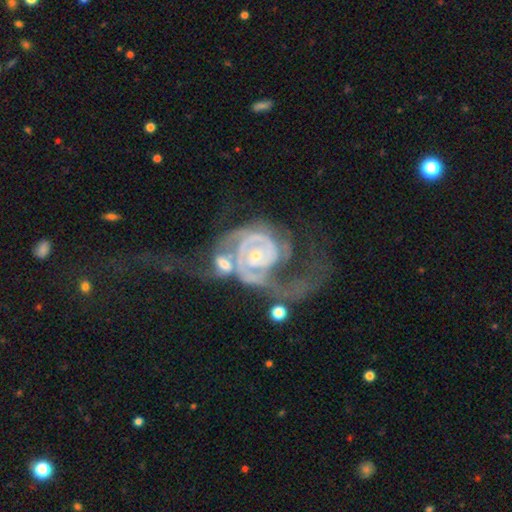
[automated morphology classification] smooth_or_featured: featured or disk (p=0.89) [alt: smooth p=0.06]
disk_edge_on: no (p=0.97) [alt: yes p=0.03]
bar: no (p=0.70) [alt: weak p=0.23]
has_spiral_arms: yes (p=0.94) [alt: no p=0.06]
spiral_winding: tight (p=0.51) [alt: medium p=0.31]
spiral_arm_count: 2 (p=0.55) [alt: can't tell p=0.19]
bulge_size: small (p=0.65) [alt: moderate p=0.30]
merging: merger (p=0.42) [alt: major disturbance p=0.32]